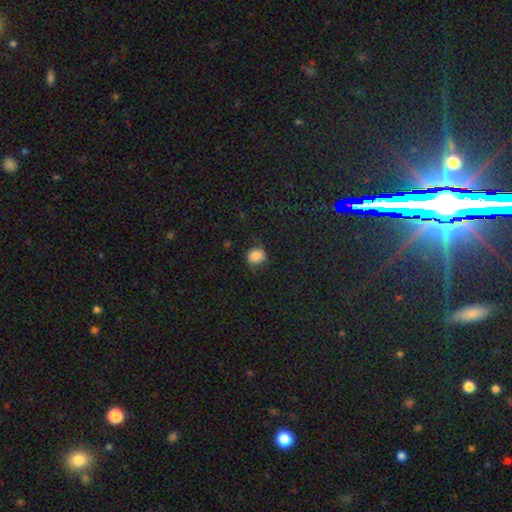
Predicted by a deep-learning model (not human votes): Smooth or featured: smooth — 81% (star or artifact — 11%)
How rounded: round — 76% (in between — 23%)
Merging: none — 69% (minor disturbance — 22%)